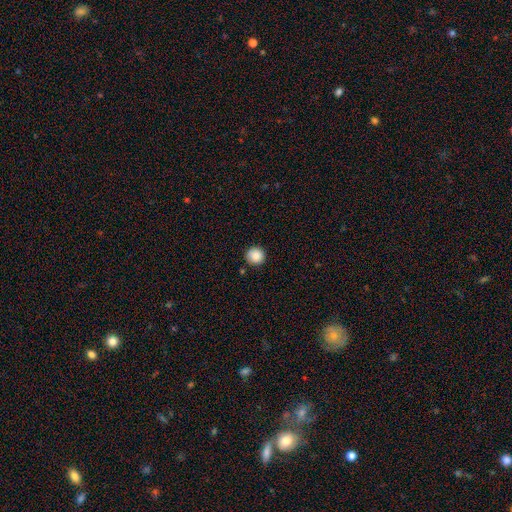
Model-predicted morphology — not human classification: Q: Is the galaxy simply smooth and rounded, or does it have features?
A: smooth — 87%.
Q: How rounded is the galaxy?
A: round — 95%.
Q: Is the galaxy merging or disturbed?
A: none — 88%.